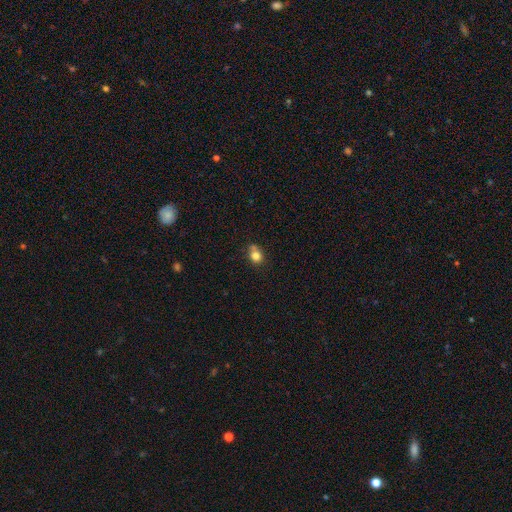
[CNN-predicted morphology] Overall: smooth (80%). How rounded: round (71%). Merging: none (55%; merger 21%).